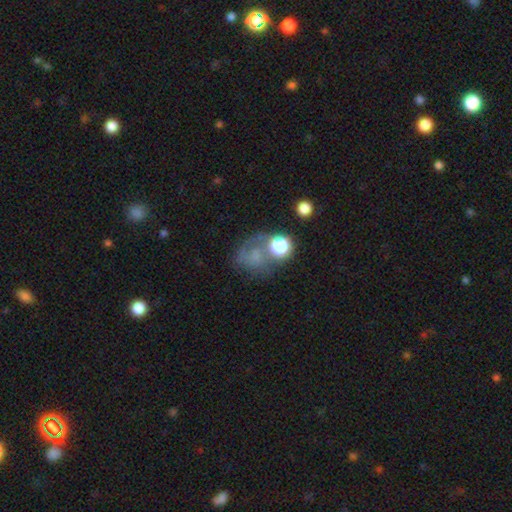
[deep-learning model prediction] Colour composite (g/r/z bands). It shows a smooth galaxy with no disk features (46%). Merging: none (39%).